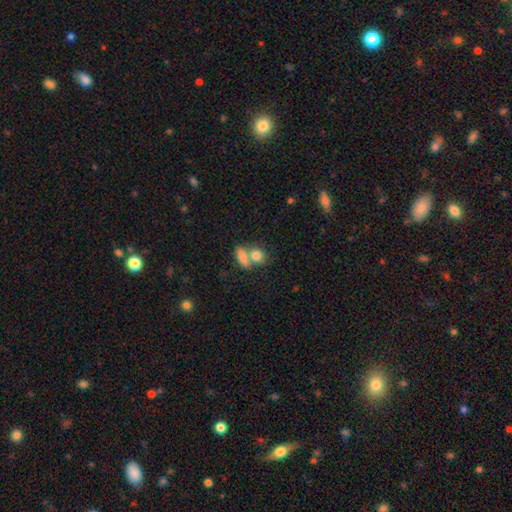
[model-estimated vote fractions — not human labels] Smooth or featured? Predicted: smooth (p=0.81). How rounded? Predicted: in between (p=0.53). Merging? Predicted: merger (p=0.56).